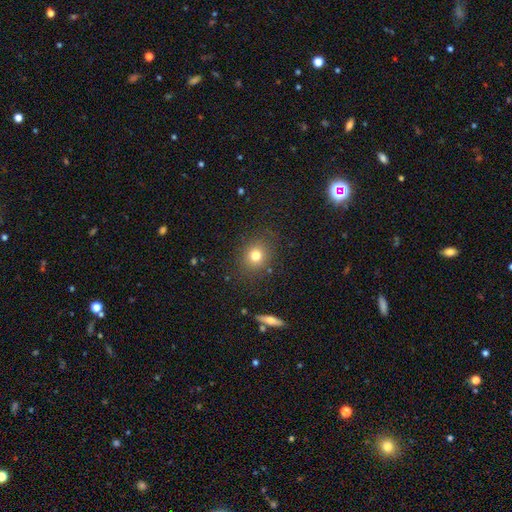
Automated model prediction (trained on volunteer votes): Overall: smooth (76%). How rounded: round (81%). Merging: none (85%).